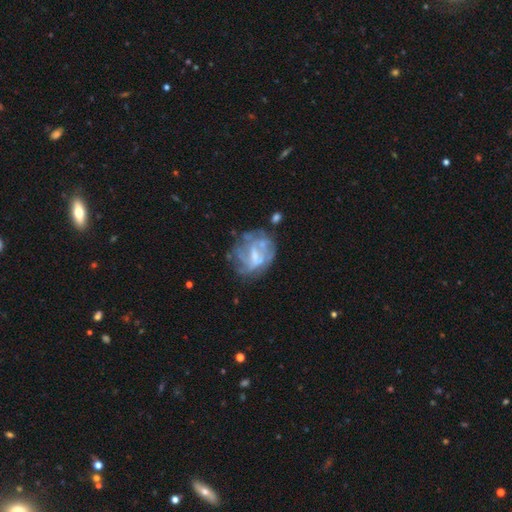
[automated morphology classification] type=featured or disk (71%); edge-on=no (98%); bar=weak (47%); spiral arms=yes (52%); bulge=small (36%); merging=none (49%).